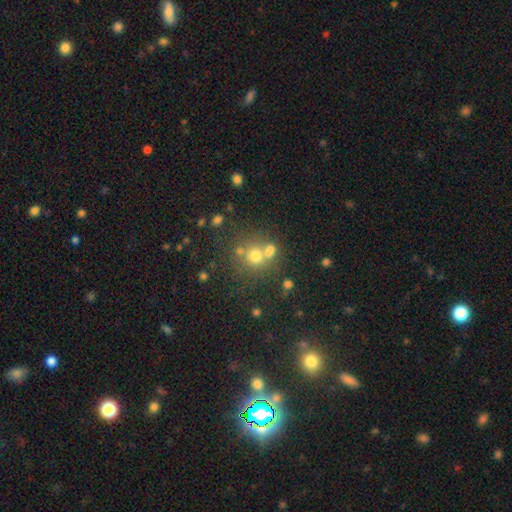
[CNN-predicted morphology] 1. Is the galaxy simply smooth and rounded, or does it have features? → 65% smooth, 21% star or artifact, 15% featured or disk.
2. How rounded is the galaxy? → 86% round, 13% in between, 1% cigar-shaped.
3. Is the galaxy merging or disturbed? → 53% none, 33% merger, 9% minor disturbance, 5% major disturbance.